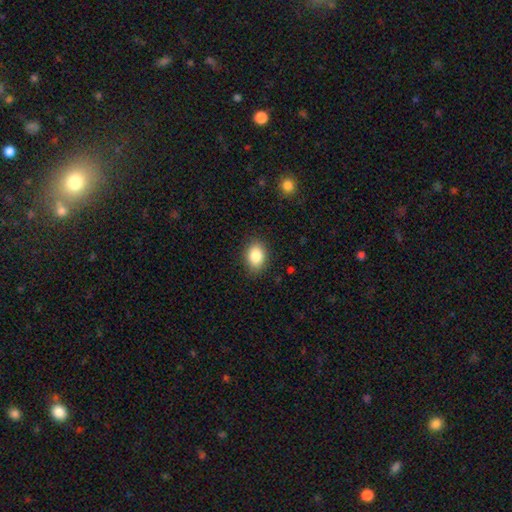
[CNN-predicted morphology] smooth-or-featured: smooth: 86% | star or artifact: 8% | featured or disk: 6%
  how-rounded: in between: 75% | round: 24% | cigar-shaped: 1%
  merging: none: 86% | minor disturbance: 10% | major disturbance: 3% | merger: 1%